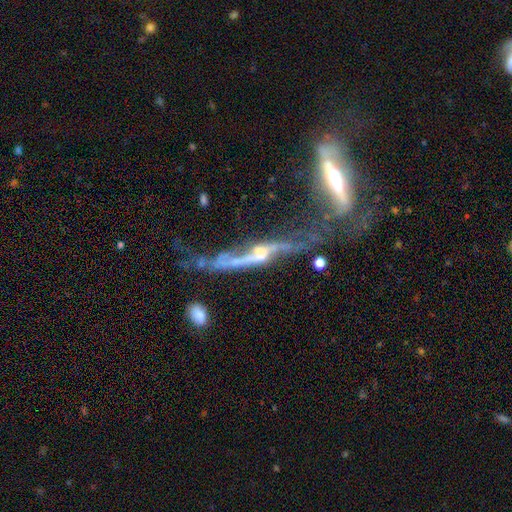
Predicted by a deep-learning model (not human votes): smooth-or-featured: featured or disk: 81% | star or artifact: 10% | smooth: 9%
  disk-edge-on: yes: 60% | no: 40%
  merging: merger: 36% | none: 26% | major disturbance: 23% | minor disturbance: 15%